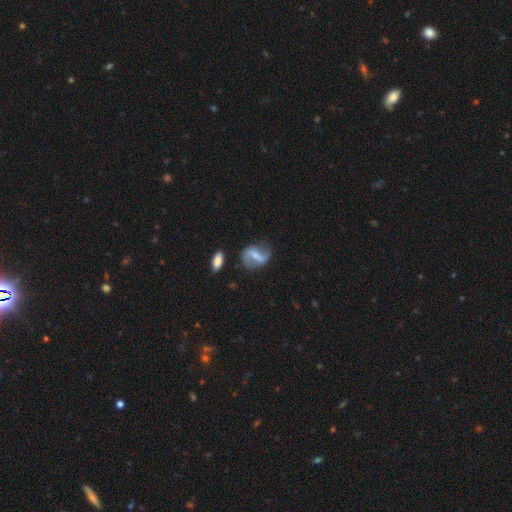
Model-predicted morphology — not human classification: This is likely a featured or disk galaxy (65%). It is clearly not viewed edge-on (94%). Bar: possibly strong (54%). Spiral arm pattern: likely yes (78%). Central bulge: marginally small (37%, tied with none). Merging: likely none (66%).